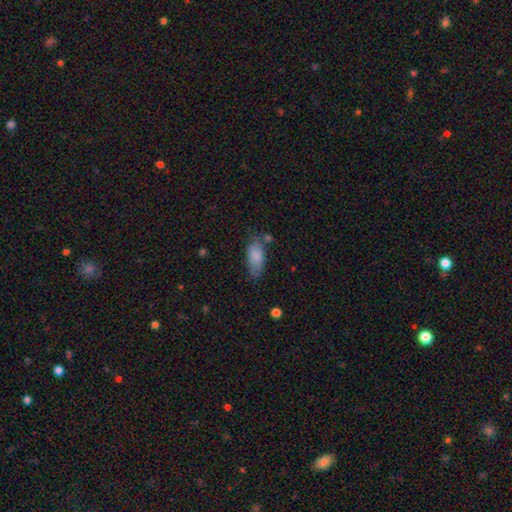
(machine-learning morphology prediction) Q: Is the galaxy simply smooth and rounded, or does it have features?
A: smooth — 82%.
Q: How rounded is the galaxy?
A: in between — 83%.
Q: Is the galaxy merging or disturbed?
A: none — 59%.